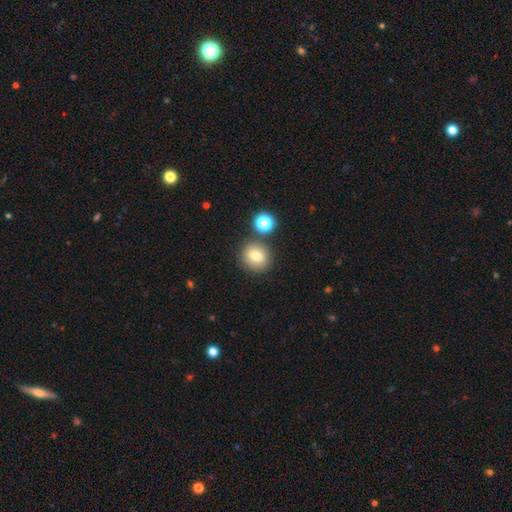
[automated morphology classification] A smooth galaxy with no disk features (77%) that is round (86%). Merging: none (79%).